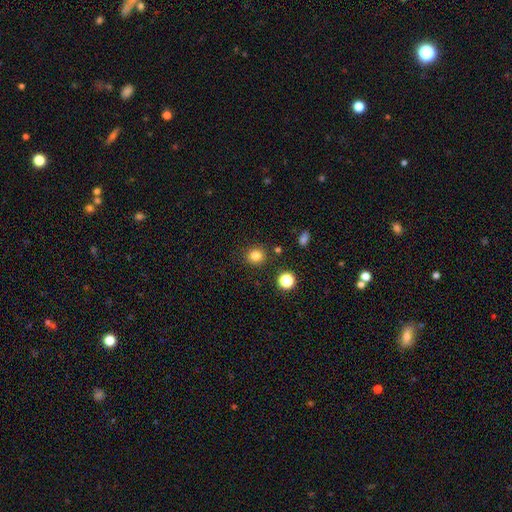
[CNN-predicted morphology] The model was most divided on "smooth or featured": smooth: 81%, star or artifact: 14%, featured or disk: 6%. More confident: merging — none (88%); how rounded — round (87%).